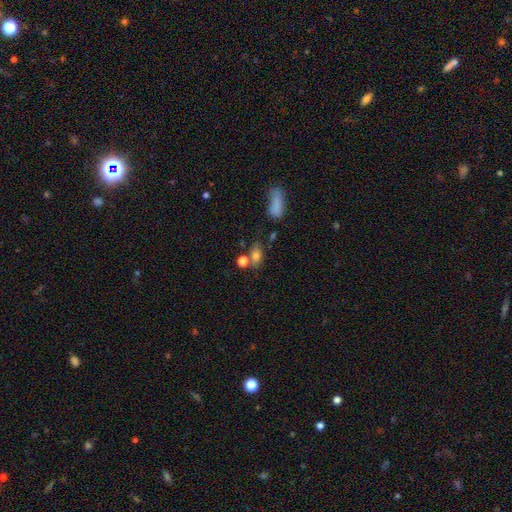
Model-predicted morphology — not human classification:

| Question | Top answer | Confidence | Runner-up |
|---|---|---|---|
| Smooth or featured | smooth | 77% | star or artifact (12%) |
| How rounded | in between | 73% | round (21%) |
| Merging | none | 57% | merger (20%) |